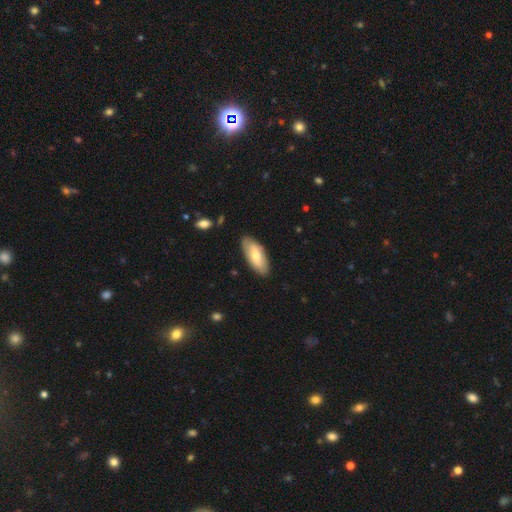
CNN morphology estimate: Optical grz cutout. It shows a smooth galaxy with no disk features (66%) that is in between round and cigar-shaped (84%). Merging: none (84%).